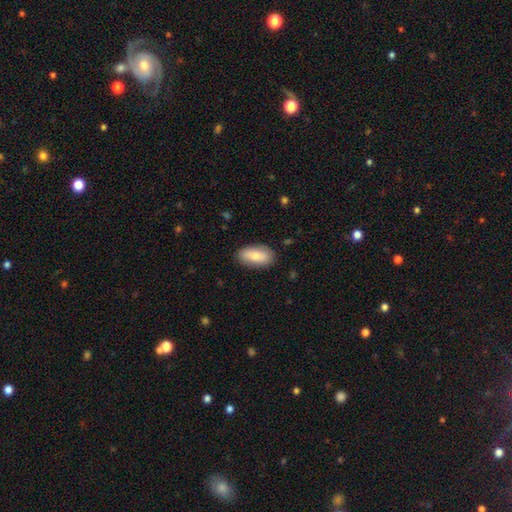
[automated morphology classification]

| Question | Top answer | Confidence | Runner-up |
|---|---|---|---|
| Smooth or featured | smooth | 77% | featured or disk (17%) |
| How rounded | in between | 91% | cigar-shaped (6%) |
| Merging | none | 85% | minor disturbance (11%) |